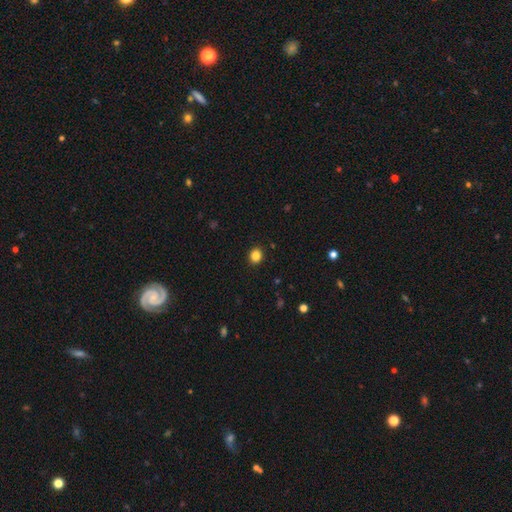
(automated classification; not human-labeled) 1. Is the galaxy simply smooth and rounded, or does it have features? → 85% smooth, 11% star or artifact, 4% featured or disk.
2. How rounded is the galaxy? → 76% round, 23% in between, 1% cigar-shaped.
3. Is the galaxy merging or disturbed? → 92% none, 6% minor disturbance, 2% major disturbance, 1% merger.